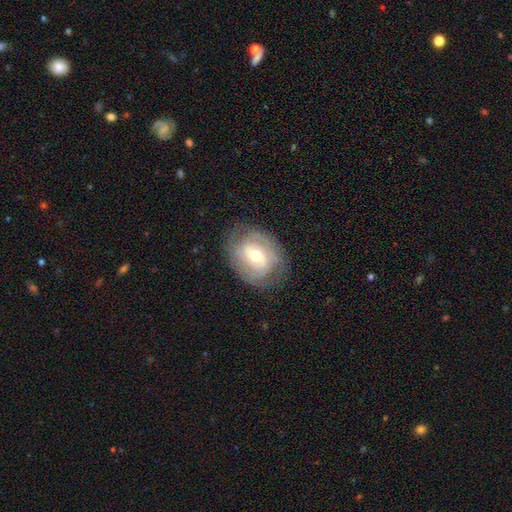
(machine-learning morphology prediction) smooth_or_featured: featured or disk (p=0.76) [alt: smooth p=0.18]
disk_edge_on: no (p=0.96) [alt: yes p=0.04]
bar: weak (p=0.46) [alt: no p=0.35]
has_spiral_arms: yes (p=0.88) [alt: no p=0.12]
spiral_winding: tight (p=0.57) [alt: medium p=0.33]
spiral_arm_count: 2 (p=0.49) [alt: can't tell p=0.26]
bulge_size: moderate (p=0.66) [alt: small p=0.28]
merging: none (p=0.77) [alt: minor disturbance p=0.15]